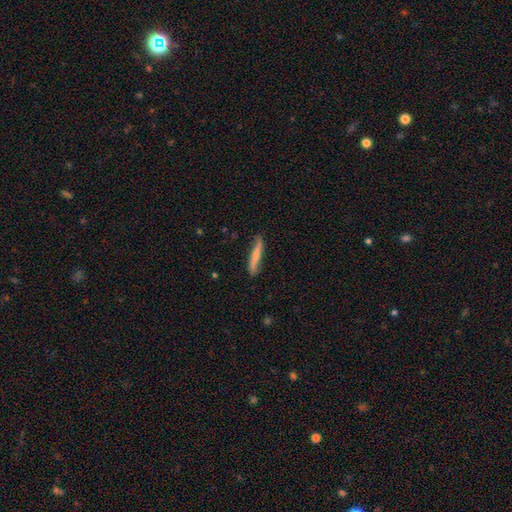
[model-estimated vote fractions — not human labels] Smooth or featured?
  - smooth: 60% *
  - featured or disk: 34%
  - star or artifact: 6%
How rounded?
  - cigar-shaped: 93% *
  - in between: 6%
  - round: 2%
Merging?
  - none: 77% *
  - minor disturbance: 18%
  - major disturbance: 3%
  - merger: 2%